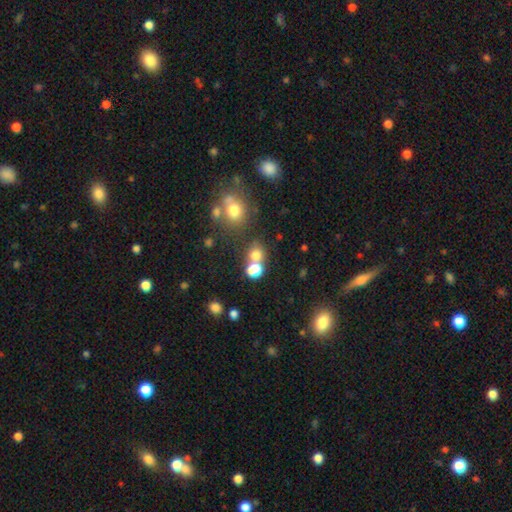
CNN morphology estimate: The model was most divided on "merging": none: 56%, merger: 30%, minor disturbance: 9%, major disturbance: 5%. More confident: how rounded — round (79%); smooth or featured — smooth (71%).